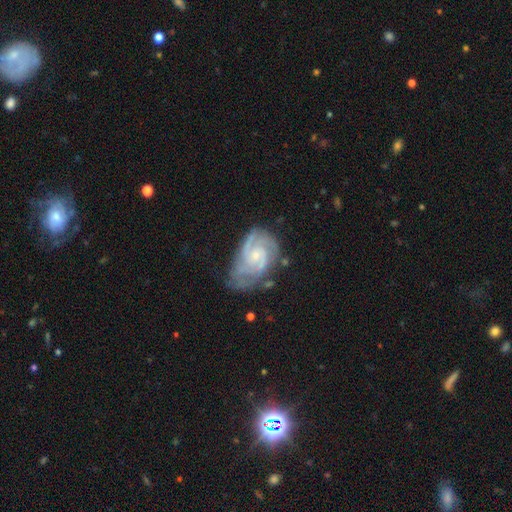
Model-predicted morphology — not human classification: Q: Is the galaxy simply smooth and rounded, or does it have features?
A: featured or disk — 89%.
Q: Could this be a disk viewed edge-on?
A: no — 98%.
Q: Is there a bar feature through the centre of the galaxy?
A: no — 57%.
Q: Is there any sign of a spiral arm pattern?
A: yes — 98%.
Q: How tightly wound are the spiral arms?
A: tight — 56%.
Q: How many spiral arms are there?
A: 2 — 42%.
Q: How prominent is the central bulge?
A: small — 68%.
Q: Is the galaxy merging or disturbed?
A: none — 59%.